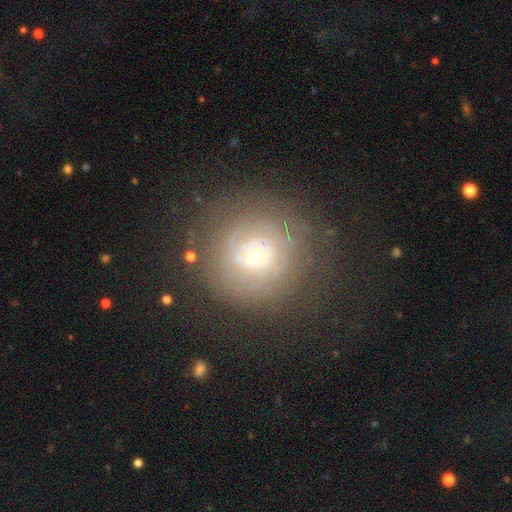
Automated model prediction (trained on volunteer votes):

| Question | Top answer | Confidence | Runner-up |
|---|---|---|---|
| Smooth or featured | featured or disk | 60% | smooth (30%) |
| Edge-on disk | no | 97% | yes (3%) |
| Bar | no | 76% | weak (19%) |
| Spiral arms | yes | 73% | no (27%) |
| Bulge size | small | 64% | moderate (28%) |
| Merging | none | 75% | minor disturbance (14%) |